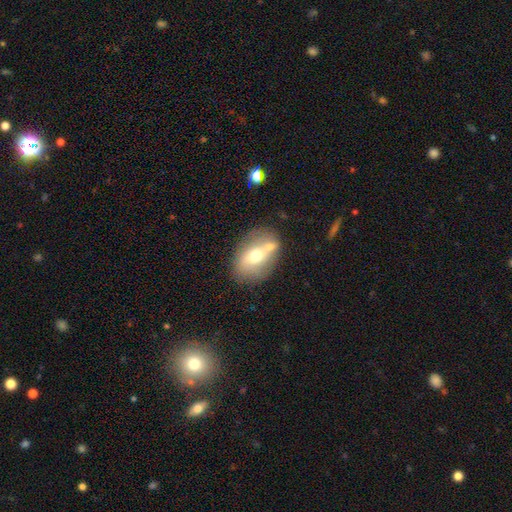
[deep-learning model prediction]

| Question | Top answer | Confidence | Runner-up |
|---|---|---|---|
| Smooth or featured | smooth | 55% | featured or disk (36%) |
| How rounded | in between | 75% | round (23%) |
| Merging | none | 59% | merger (21%) |